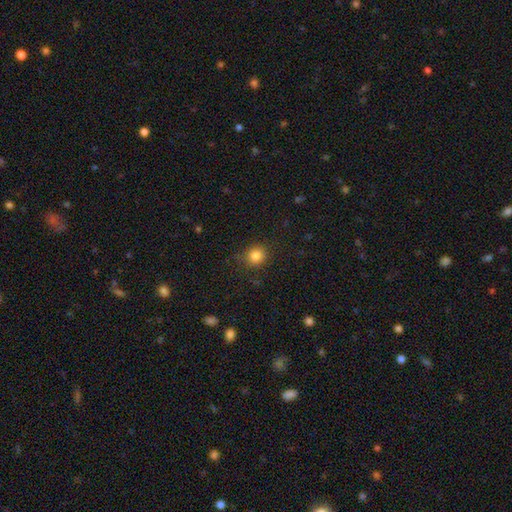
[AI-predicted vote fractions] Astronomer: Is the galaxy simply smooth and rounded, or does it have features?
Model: smooth — 84%.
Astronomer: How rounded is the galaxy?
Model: round — 86%.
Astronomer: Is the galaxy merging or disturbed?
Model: none — 84%.